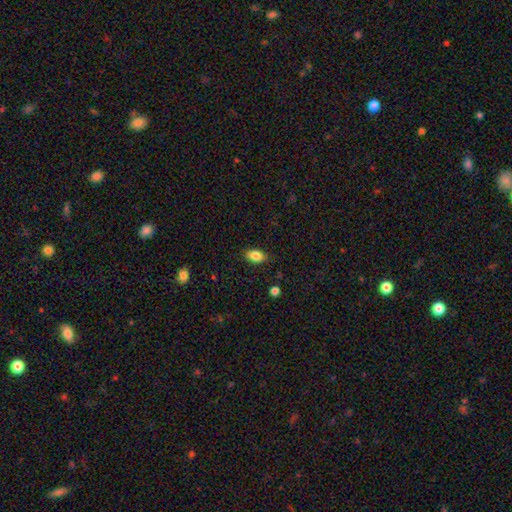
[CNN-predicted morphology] smooth_or_featured: smooth (p=0.86) [alt: star or artifact p=0.08]
how_rounded: in between (p=0.89) [alt: round p=0.09]
merging: none (p=0.85) [alt: minor disturbance p=0.12]